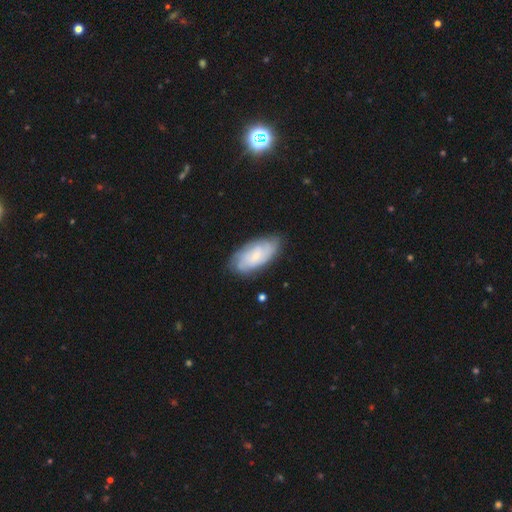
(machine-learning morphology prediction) smooth_or_featured: featured or disk (p=0.61) [alt: smooth p=0.33]
disk_edge_on: no (p=0.93) [alt: yes p=0.07]
bar: no (p=0.64) [alt: weak p=0.31]
has_spiral_arms: yes (p=0.90) [alt: no p=0.10]
spiral_winding: tight (p=0.64) [alt: medium p=0.28]
spiral_arm_count: can't tell (p=0.48) [alt: 2 p=0.19]
bulge_size: small (p=0.66) [alt: moderate p=0.22]
merging: none (p=0.77) [alt: minor disturbance p=0.17]